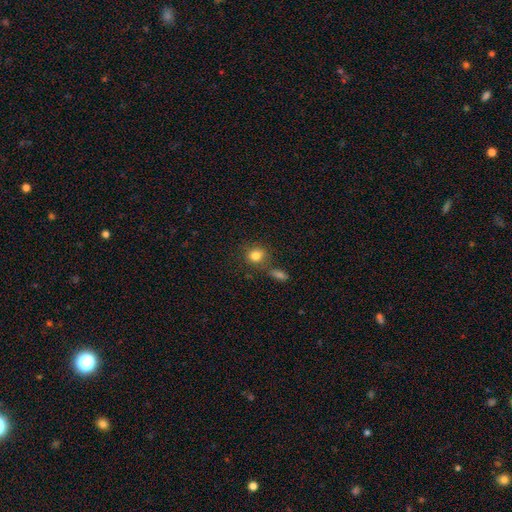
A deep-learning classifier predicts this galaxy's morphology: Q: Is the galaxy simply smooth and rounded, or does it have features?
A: smooth — 82%.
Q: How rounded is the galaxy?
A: round — 75%.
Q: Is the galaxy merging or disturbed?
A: none — 71%.